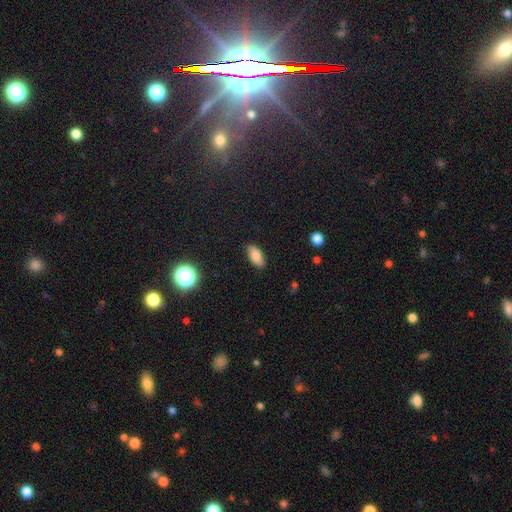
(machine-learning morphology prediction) type=smooth (82%); roundness=in between (87%); merging=none (86%).